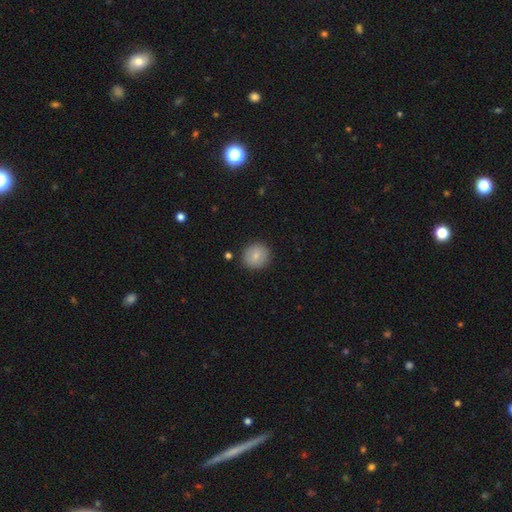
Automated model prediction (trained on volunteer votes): Smooth or featured?
  - smooth: 78% *
  - featured or disk: 14%
  - star or artifact: 8%
How rounded?
  - round: 90% *
  - in between: 9%
  - cigar-shaped: 1%
Merging?
  - none: 89% *
  - minor disturbance: 8%
  - major disturbance: 2%
  - merger: 2%